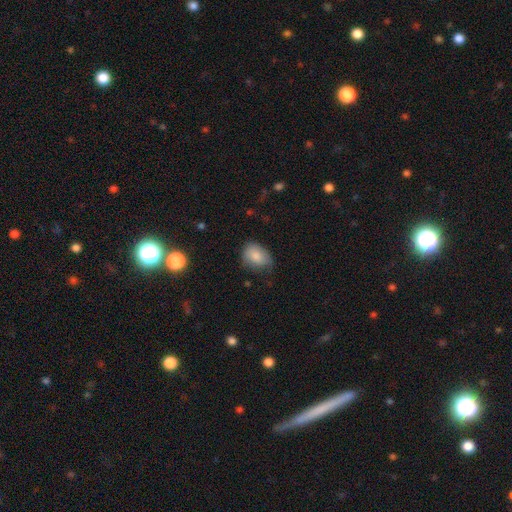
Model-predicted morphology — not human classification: smooth 81%, featured or disk 11%, star or artifact 8%. Down the decision tree: how rounded — in between (72%); merging — none (53%).